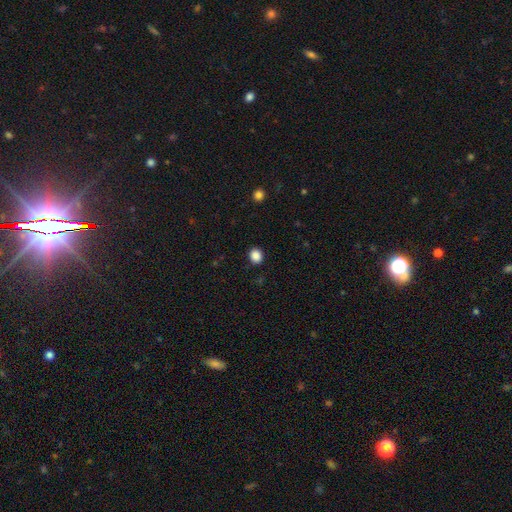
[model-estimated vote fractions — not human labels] Q: Smooth or featured?
A: smooth (88%); runner-up: star or artifact (10%)
Q: How rounded?
A: round (69%); runner-up: in between (30%)
Q: Merging?
A: none (90%); runner-up: minor disturbance (7%)